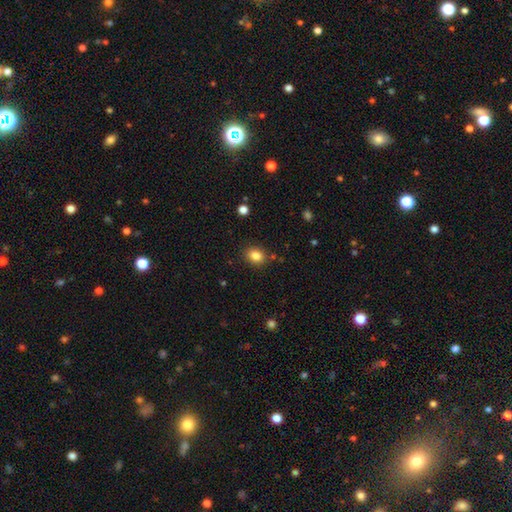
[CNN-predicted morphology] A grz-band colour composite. It shows a smooth galaxy with no disk features (84%) that is round (58%). Merging: none (85%).